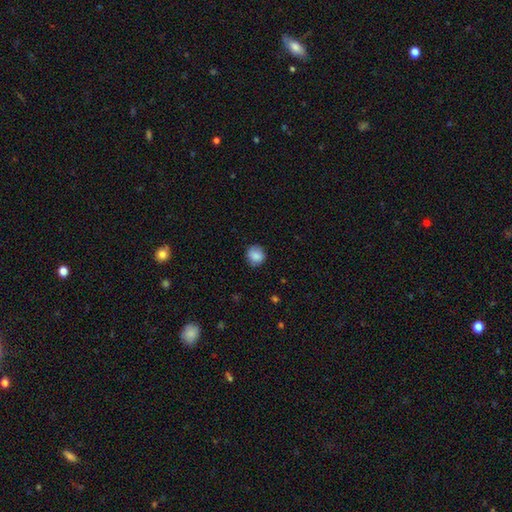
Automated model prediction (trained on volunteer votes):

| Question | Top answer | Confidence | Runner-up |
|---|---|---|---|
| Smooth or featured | smooth | 86% | star or artifact (8%) |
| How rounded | round | 88% | in between (12%) |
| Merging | none | 84% | minor disturbance (13%) |